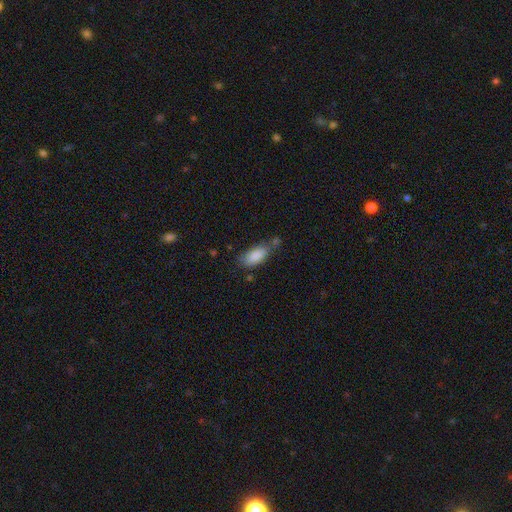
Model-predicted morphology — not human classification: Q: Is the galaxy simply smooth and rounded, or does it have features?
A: smooth — 87%.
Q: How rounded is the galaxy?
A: in between — 87%.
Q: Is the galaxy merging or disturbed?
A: none — 59%.